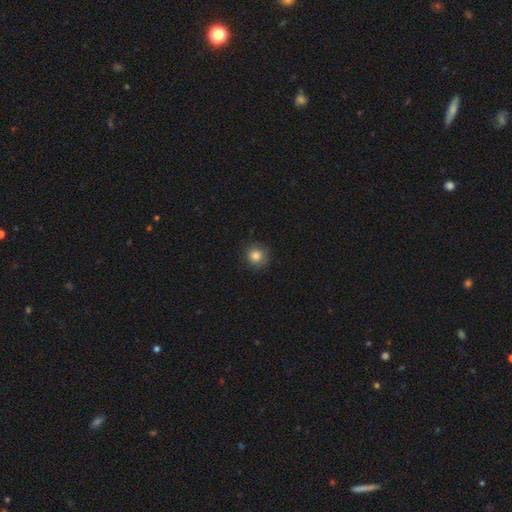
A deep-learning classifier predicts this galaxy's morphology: Smooth or featured? Predicted: smooth (p=0.84). How rounded? Predicted: round (p=0.92). Merging? Predicted: none (p=0.81).